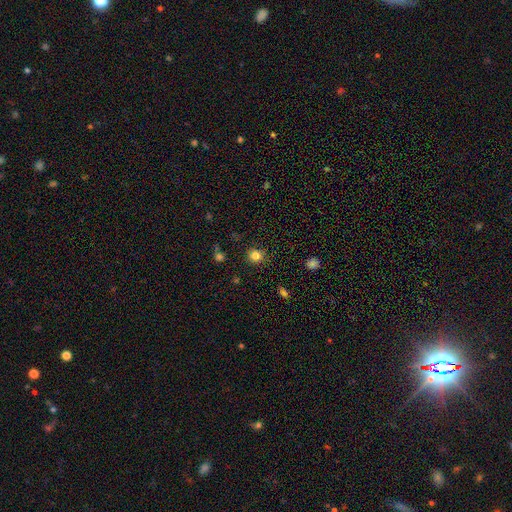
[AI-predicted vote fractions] Smooth or featured? Predicted: smooth (p=0.83). How rounded? Predicted: round (p=0.84). Merging? Predicted: none (p=0.87).